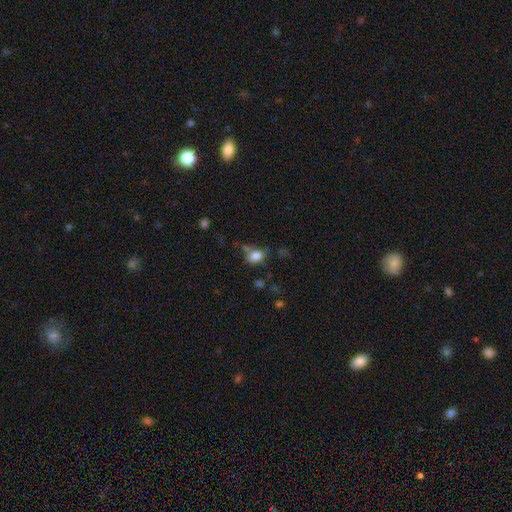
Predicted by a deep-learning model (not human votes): Q: Smooth or featured?
A: smooth (80%); runner-up: star or artifact (11%)
Q: How rounded?
A: in between (64%); runner-up: round (35%)
Q: Merging?
A: none (55%); runner-up: minor disturbance (23%)